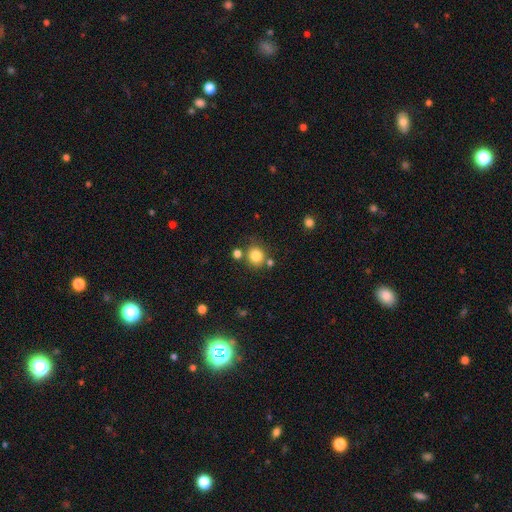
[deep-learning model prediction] This is clearly a smooth galaxy (83%). How rounded: clearly round (86%). Merging: likely none (72%).